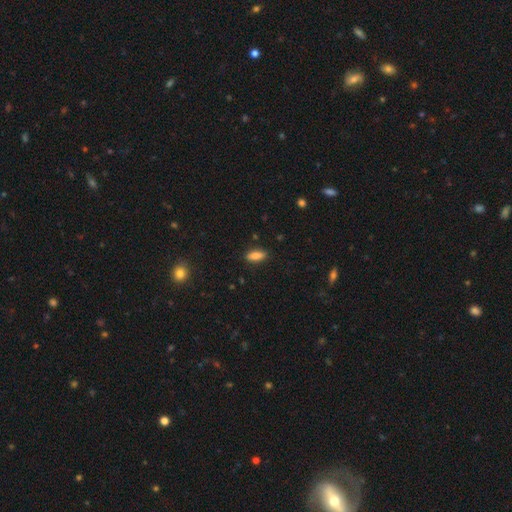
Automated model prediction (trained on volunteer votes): This is clearly a smooth galaxy (83%). How rounded: likely in between (75%). Merging: clearly none (87%).